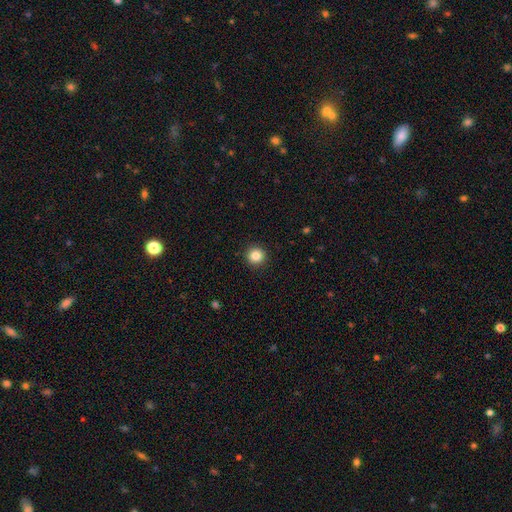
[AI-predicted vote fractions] A smooth galaxy with no disk features (85%) that is round (95%).

Vote fractions:
- Smooth or featured? smooth: 85% / star or artifact: 11% / featured or disk: 4%
- How rounded? round: 95% / in between: 4% / cigar-shaped: 1%
- Merging? none: 93% / minor disturbance: 5% / major disturbance: 2% / merger: 1%